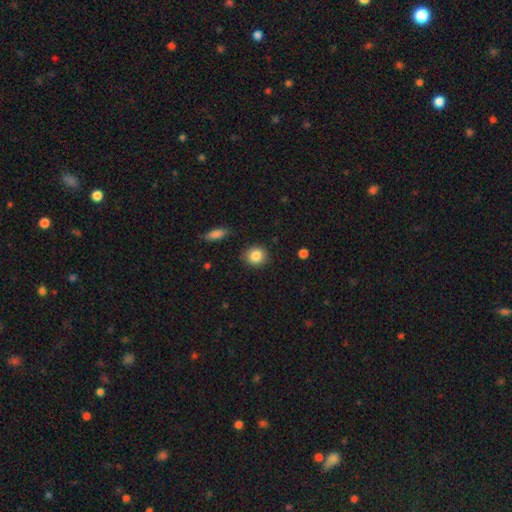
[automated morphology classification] smooth_or_featured: smooth (p=0.86) [alt: star or artifact p=0.09]
how_rounded: round (p=0.84) [alt: in between p=0.15]
merging: none (p=0.89) [alt: minor disturbance p=0.08]